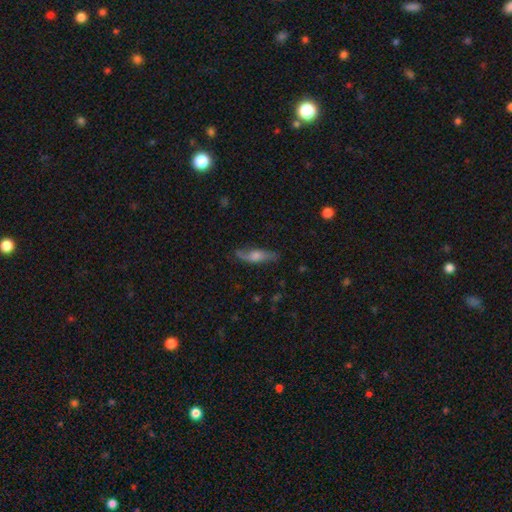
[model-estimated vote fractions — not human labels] Q: Smooth or featured?
A: featured or disk (51%); runner-up: smooth (41%)
Q: Edge-on disk?
A: yes (52%); runner-up: no (48%)
Q: Merging?
A: none (71%); runner-up: minor disturbance (21%)